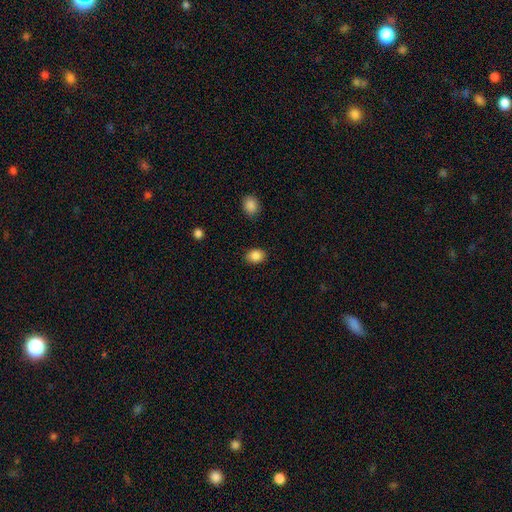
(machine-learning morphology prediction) This appears to be a smooth galaxy with no disk features (87%) that is in between round and cigar-shaped (62%). Merging: none (87%).